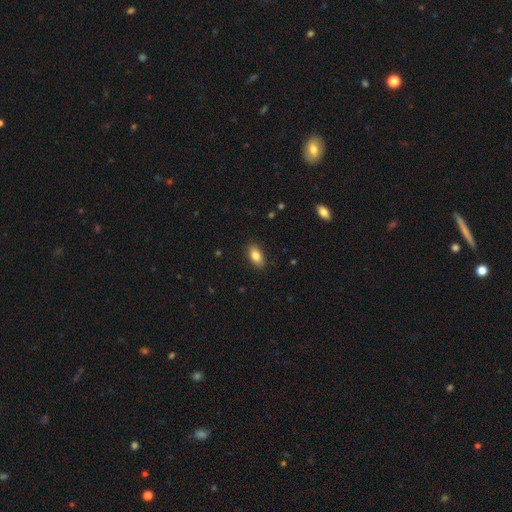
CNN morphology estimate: smooth 85%, star or artifact 8%, featured or disk 8%. Down the decision tree: how rounded — in between (91%); merging — none (88%).